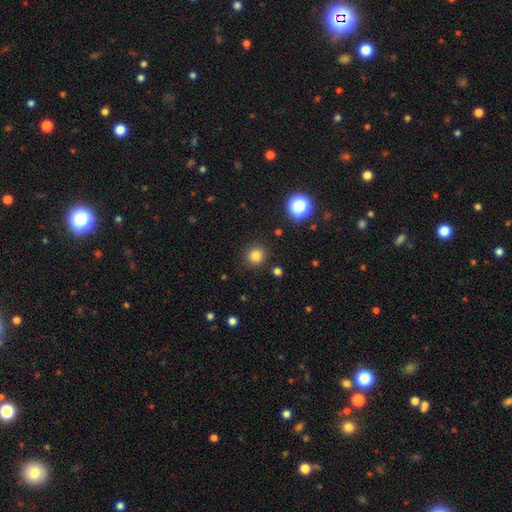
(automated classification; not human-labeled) The model was most divided on "smooth or featured": smooth: 81%, star or artifact: 14%, featured or disk: 5%. More confident: how rounded — round (89%); merging — none (89%).